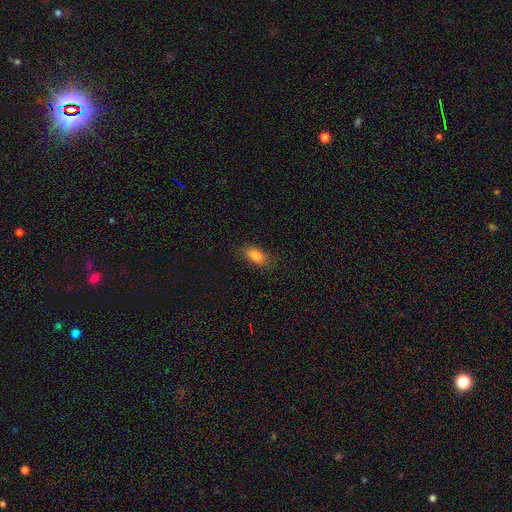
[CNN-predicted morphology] Smooth or featured? Predicted: smooth (p=0.84). How rounded? Predicted: in between (p=0.87). Merging? Predicted: none (p=0.81).